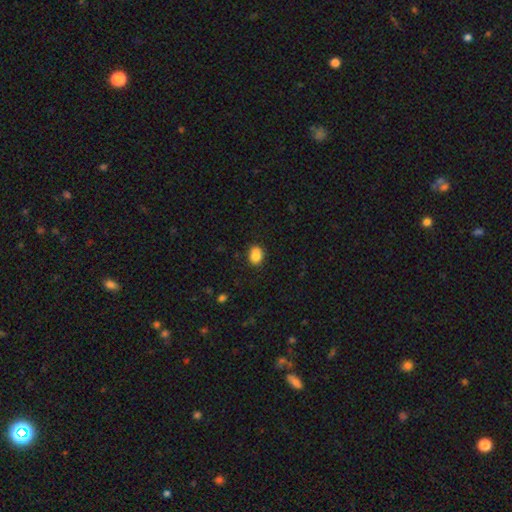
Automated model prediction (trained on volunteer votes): Smooth or featured?
  - smooth: 83% *
  - star or artifact: 10%
  - featured or disk: 7%
How rounded?
  - round: 52% *
  - in between: 47%
  - cigar-shaped: 1%
Merging?
  - none: 69% *
  - minor disturbance: 20%
  - merger: 7%
  - major disturbance: 4%